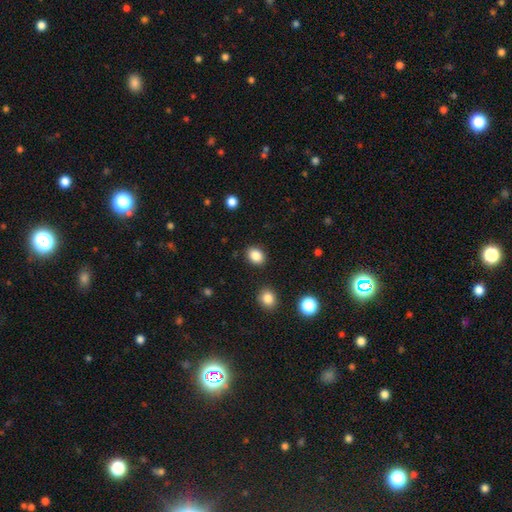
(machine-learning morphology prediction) A smooth galaxy with no disk features (86%) that is in between round and cigar-shaped (64%).

Vote fractions:
- Smooth or featured? smooth: 86% / star or artifact: 9% / featured or disk: 4%
- How rounded? in between: 64% / round: 35% / cigar-shaped: 1%
- Merging? none: 87% / minor disturbance: 8% / major disturbance: 2% / merger: 2%